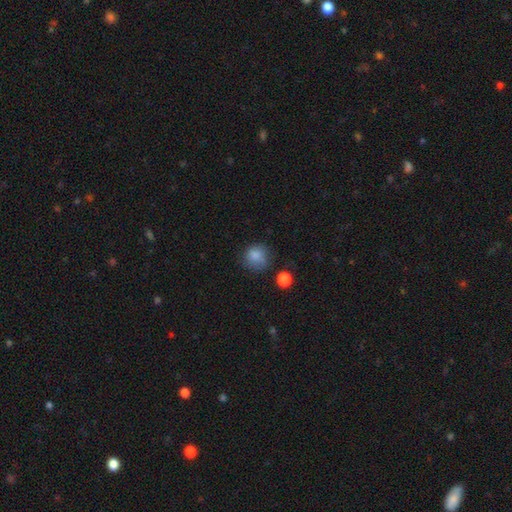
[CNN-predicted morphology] Smooth or featured: smooth — 84% (star or artifact — 10%)
How rounded: round — 85% (in between — 14%)
Merging: none — 68% (minor disturbance — 21%)